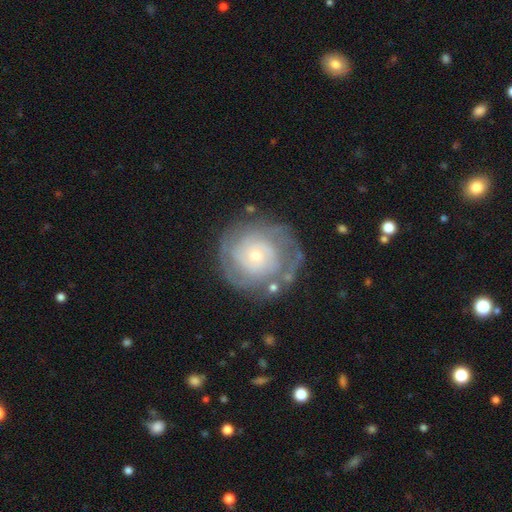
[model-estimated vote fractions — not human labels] A featured or disk galaxy (76%) with no bar (80%), tight (72%) spiral arms (86%) and a small central bulge (71%).

Vote fractions:
- Smooth or featured? featured or disk: 76% / smooth: 18% / star or artifact: 6%
- Edge-on disk? no: 97% / yes: 3%
- Bar? no: 80% / weak: 17% / strong: 4%
- Spiral arms? yes: 86% / no: 14%
- Spiral winding? tight: 72% / medium: 21% / loose: 7%
- Spiral arm count? can't tell: 41% / 2: 25% / 3: 16% / 4: 9% / 1: 5% / more than 4: 5%
- Bulge size? small: 71% / moderate: 24% / large: 2% / none: 1% / dominant: 1%
- Merging? none: 75% / minor disturbance: 15% / major disturbance: 7% / merger: 3%